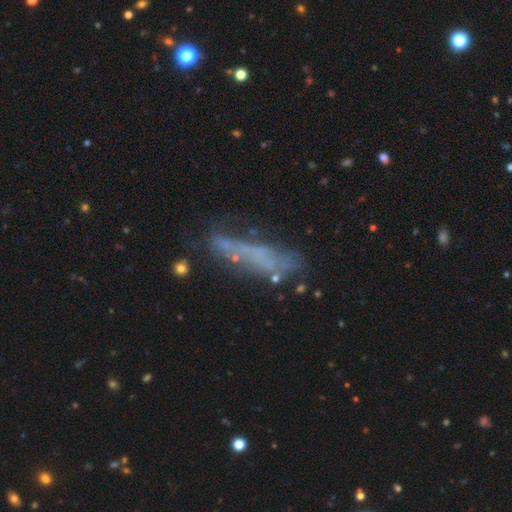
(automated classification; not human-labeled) The model was most divided on "smooth or featured": featured or disk: 46%, smooth: 37%, star or artifact: 17%. More confident: merging — none (52%).